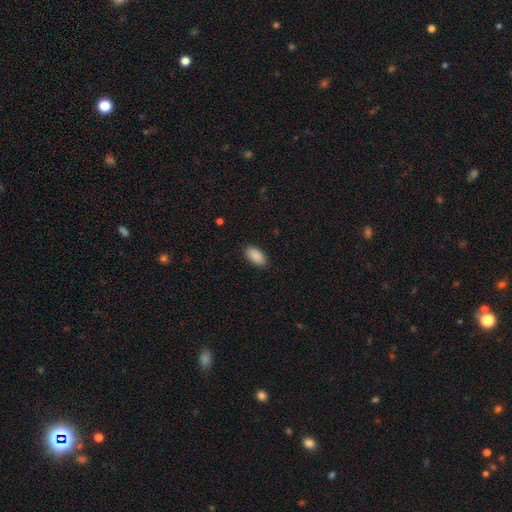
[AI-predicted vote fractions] smooth-or-featured: smooth: 91% | star or artifact: 6% | featured or disk: 3%
  how-rounded: in between: 95% | cigar-shaped: 3% | round: 2%
  merging: none: 88% | minor disturbance: 9% | major disturbance: 2% | merger: 1%